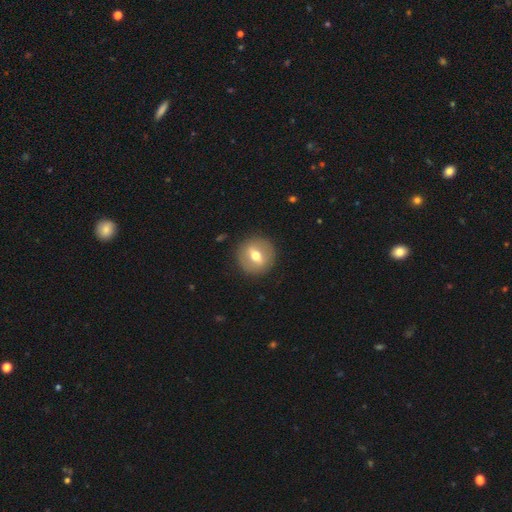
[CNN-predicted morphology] A smooth galaxy with no disk features (47%).

Vote fractions:
- Smooth or featured? smooth: 47% / featured or disk: 46% / star or artifact: 8%
- Merging? none: 89% / minor disturbance: 7% / major disturbance: 3% / merger: 1%